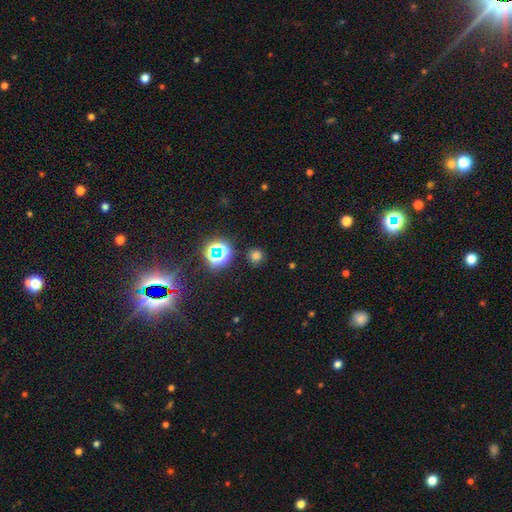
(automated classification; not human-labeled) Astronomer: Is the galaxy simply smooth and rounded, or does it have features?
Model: smooth — 67%.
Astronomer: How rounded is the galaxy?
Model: round — 91%.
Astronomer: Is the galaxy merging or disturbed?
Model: none — 85%.